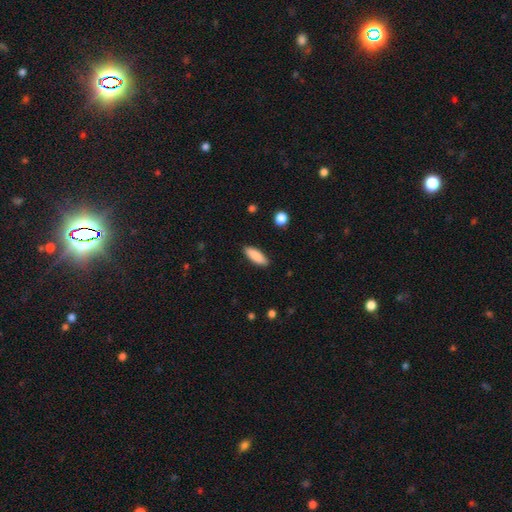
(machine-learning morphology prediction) Smooth or featured: smooth — 88% (featured or disk — 6%)
How rounded: in between — 59% (cigar-shaped — 39%)
Merging: none — 89% (minor disturbance — 8%)